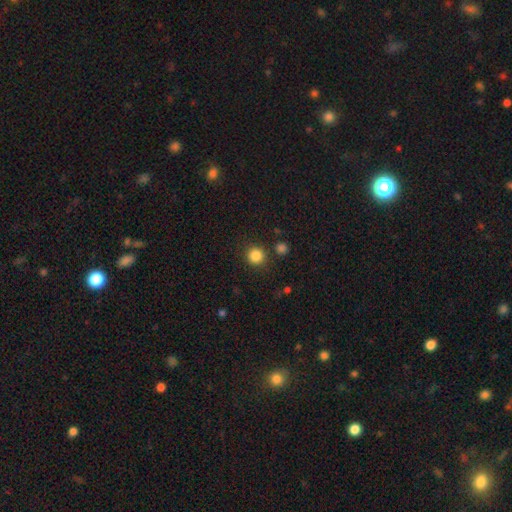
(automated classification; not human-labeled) A smooth galaxy with no disk features (85%) that is round (93%). Merging: none (87%).